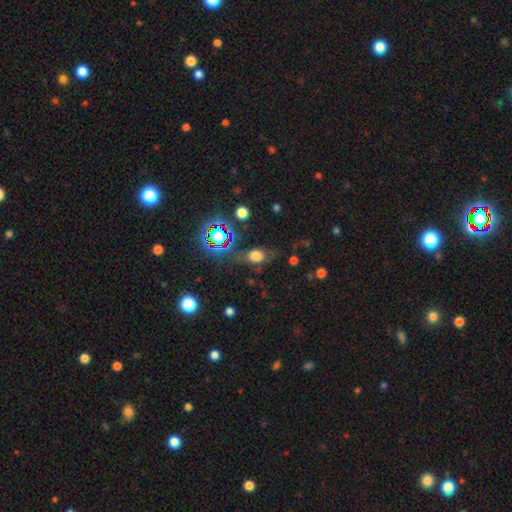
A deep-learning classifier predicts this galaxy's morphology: This appears to be a smooth galaxy with no disk features (63%) that is in between round and cigar-shaped (57%). Merging: none (66%).